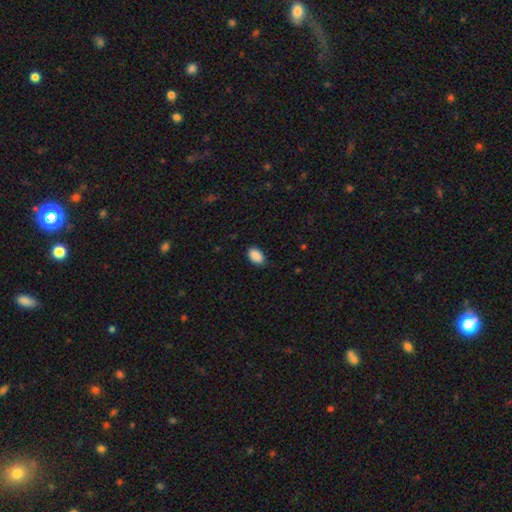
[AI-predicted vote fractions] smooth-or-featured: smooth: 90% | star or artifact: 7% | featured or disk: 3%
  how-rounded: in between: 90% | round: 8% | cigar-shaped: 1%
  merging: none: 85% | minor disturbance: 12% | major disturbance: 2% | merger: 1%